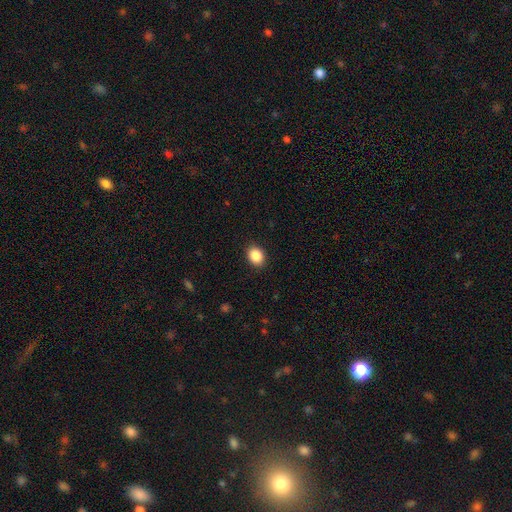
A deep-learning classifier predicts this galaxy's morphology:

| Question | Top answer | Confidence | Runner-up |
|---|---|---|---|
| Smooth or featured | smooth | 88% | star or artifact (9%) |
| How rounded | in between | 52% | round (48%) |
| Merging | none | 90% | minor disturbance (7%) |